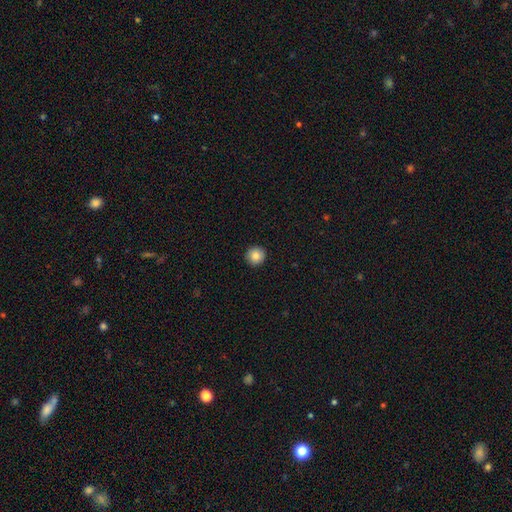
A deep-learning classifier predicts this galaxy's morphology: Smooth or featured: smooth — 85% (star or artifact — 9%)
How rounded: round — 95% (in between — 4%)
Merging: none — 93% (minor disturbance — 5%)